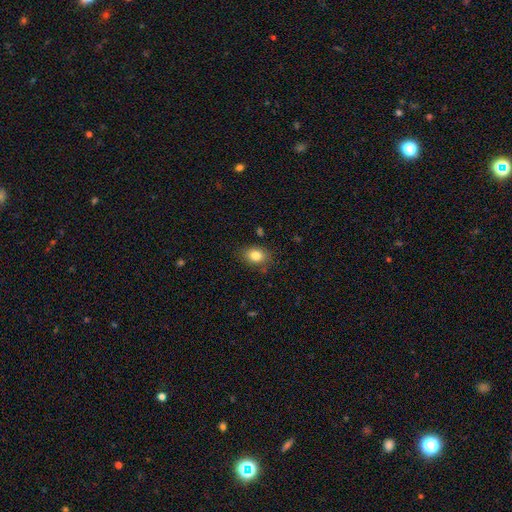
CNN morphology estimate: smooth_or_featured: smooth (p=0.83) [alt: star or artifact p=0.09]
how_rounded: in between (p=0.70) [alt: round p=0.29]
merging: none (p=0.80) [alt: minor disturbance p=0.14]